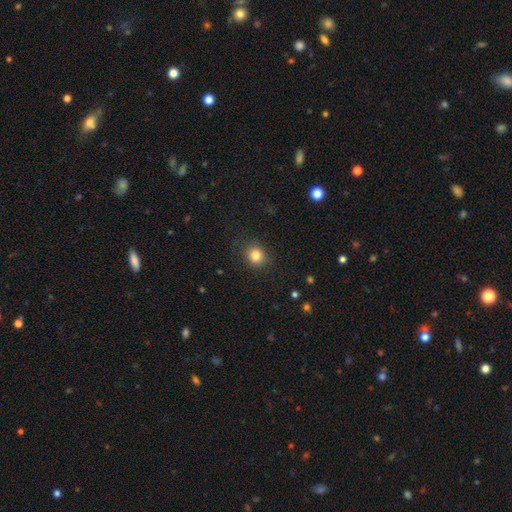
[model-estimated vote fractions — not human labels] Smooth or featured?
  - smooth: 83% *
  - star or artifact: 12%
  - featured or disk: 6%
How rounded?
  - round: 83% *
  - in between: 16%
  - cigar-shaped: 1%
Merging?
  - none: 87% *
  - minor disturbance: 9%
  - major disturbance: 3%
  - merger: 1%